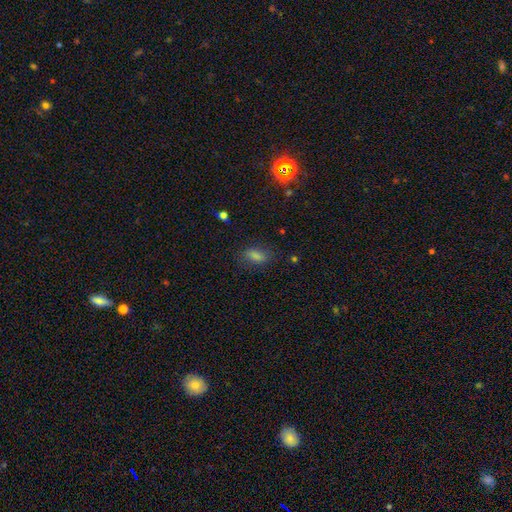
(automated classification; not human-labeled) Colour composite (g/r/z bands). It shows a smooth galaxy with no disk features (64%) that is in between round and cigar-shaped (81%). Merging: none (78%).